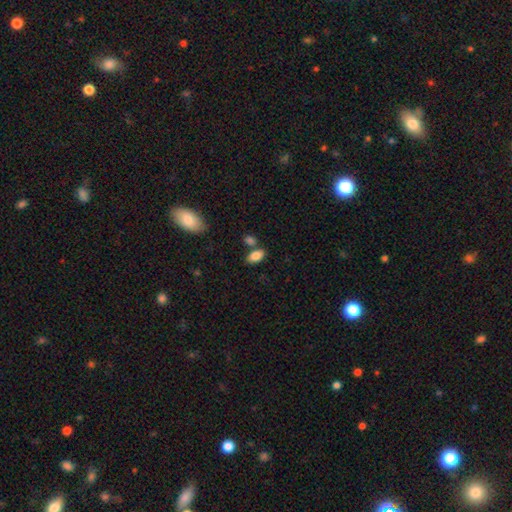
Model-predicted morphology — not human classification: smooth 86%, star or artifact 8%, featured or disk 6%. Down the decision tree: how rounded — in between (92%); merging — none (66%).